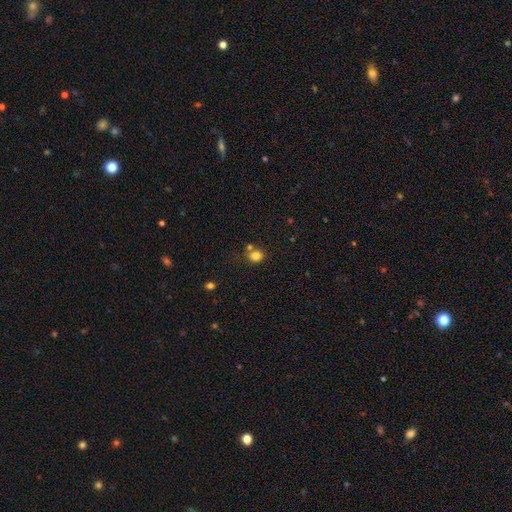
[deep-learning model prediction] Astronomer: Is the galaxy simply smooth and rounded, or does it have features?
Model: smooth — 80%.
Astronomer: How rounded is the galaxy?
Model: round — 66%.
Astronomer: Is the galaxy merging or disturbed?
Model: none — 61%.